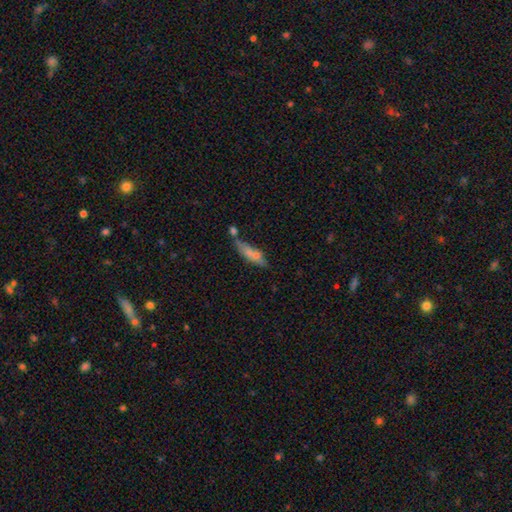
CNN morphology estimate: smooth 64%, featured or disk 27%, star or artifact 9%. Down the decision tree: how rounded — cigar-shaped (53%); merging — none (40%).